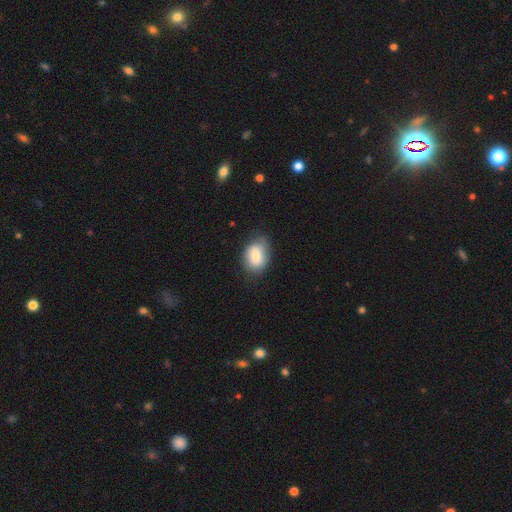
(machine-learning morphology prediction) The model was most divided on "merging": none: 67%, minor disturbance: 26%, major disturbance: 6%, merger: 2%. More confident: how rounded — in between (80%); smooth or featured — smooth (78%).